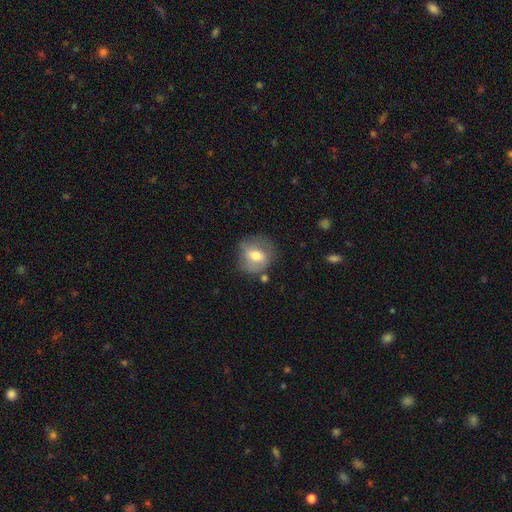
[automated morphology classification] This appears to be a smooth galaxy with no disk features (57%) that is round (72%). Merging: none (63%).